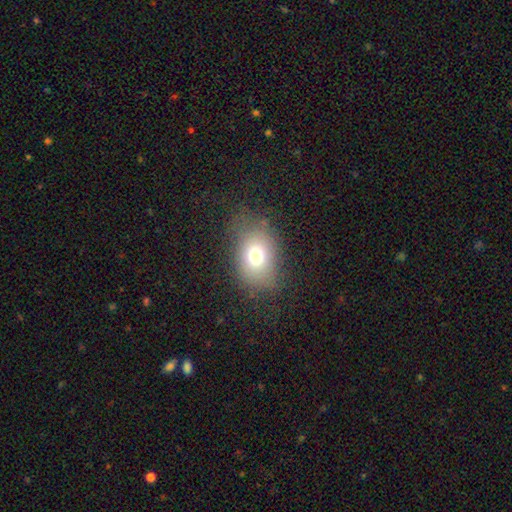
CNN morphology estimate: type=smooth (72%); roundness=in between (67%); merging=none (70%).